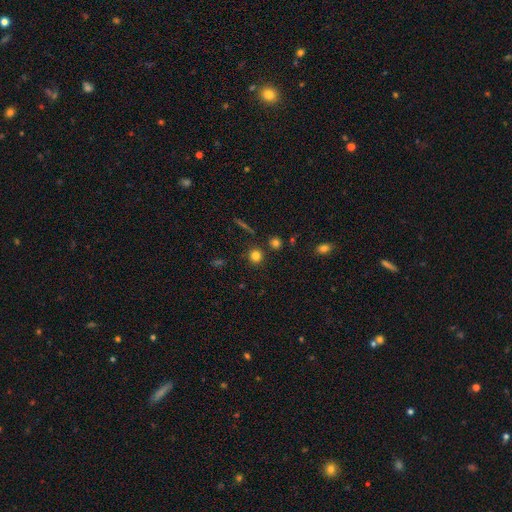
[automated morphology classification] Smooth or featured? Predicted: smooth (p=0.80). How rounded? Predicted: round (p=0.92). Merging? Predicted: none (p=0.86).